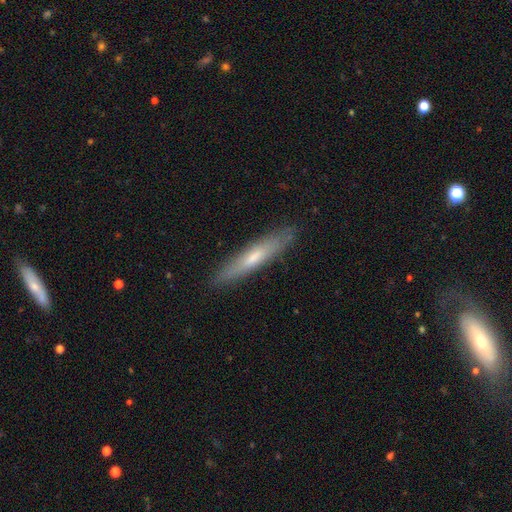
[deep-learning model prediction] Q: Smooth or featured?
A: smooth (57%); runner-up: featured or disk (37%)
Q: How rounded?
A: cigar-shaped (90%); runner-up: in between (9%)
Q: Merging?
A: none (88%); runner-up: minor disturbance (9%)